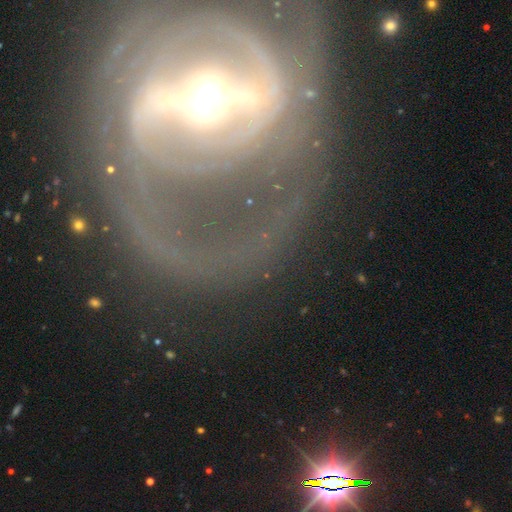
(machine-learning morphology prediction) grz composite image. It shows a featured or disk galaxy (85%) with a strong bar (71%), 2 (54%) tight (50%) spiral arms (80%) and a moderate central bulge (58%). Merging: none (67%).